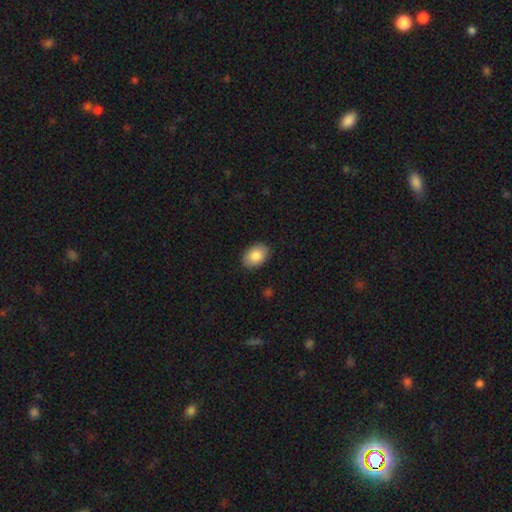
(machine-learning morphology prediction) Smooth or featured: smooth — 85% (featured or disk — 8%)
How rounded: in between — 85% (round — 14%)
Merging: none — 88% (minor disturbance — 9%)